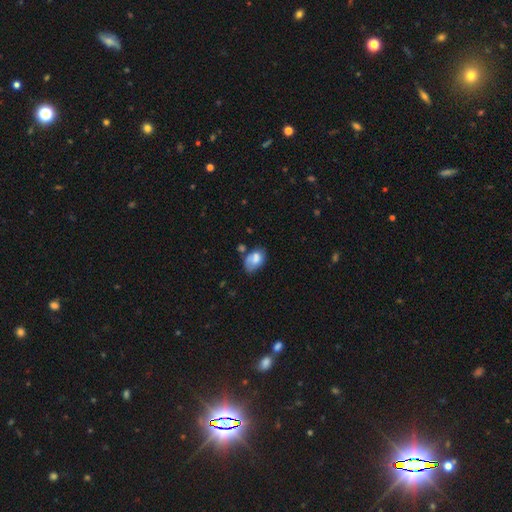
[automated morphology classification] Smooth or featured? smooth (67%)
How rounded? in between (85%)
Merging? none (37%)